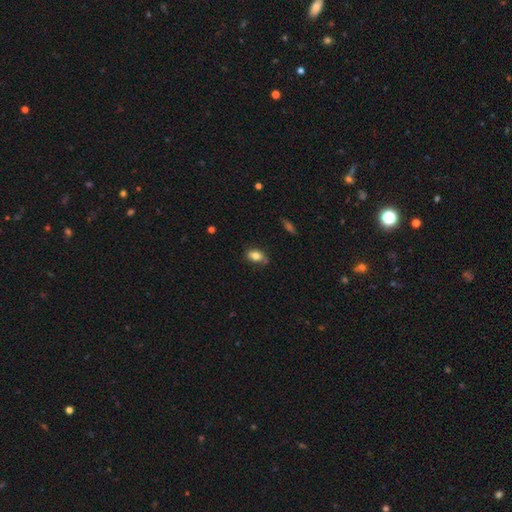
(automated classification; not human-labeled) Overall: smooth (80%). How rounded: in between (86%). Merging: none (70%).